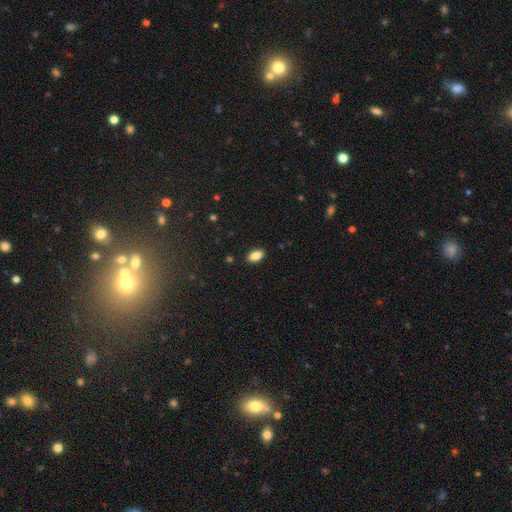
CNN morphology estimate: Smooth or featured: smooth — 86% (star or artifact — 8%)
How rounded: in between — 92% (cigar-shaped — 5%)
Merging: none — 88% (minor disturbance — 9%)